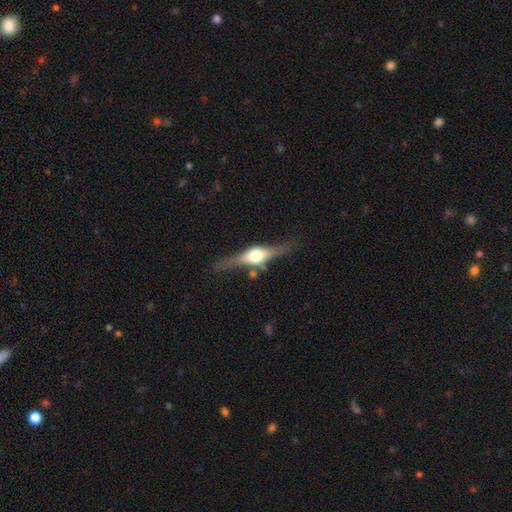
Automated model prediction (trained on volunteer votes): Smooth or featured? Predicted: featured or disk (p=0.77). Edge-on disk? Predicted: yes (p=0.96). Edge-on bulge? Predicted: rounded (p=0.92). Merging? Predicted: none (p=0.77).